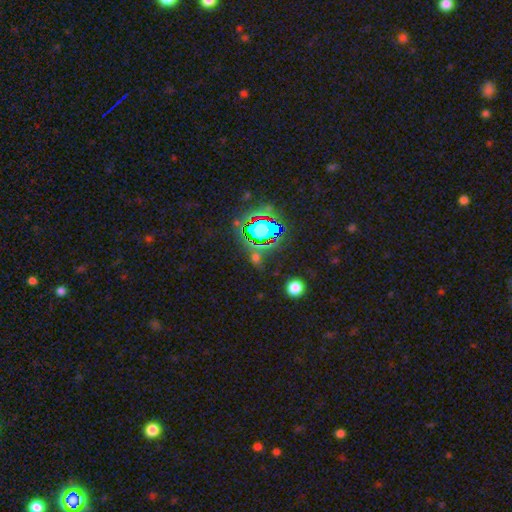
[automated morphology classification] A star or artifact, not a galaxy (67%).